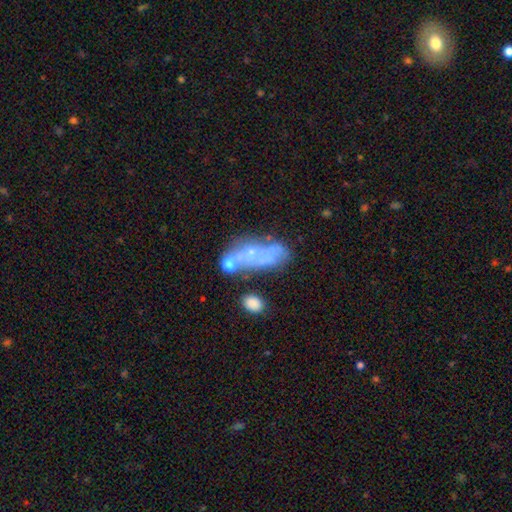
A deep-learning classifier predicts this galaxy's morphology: smooth_or_featured: featured or disk (p=0.52) [alt: smooth p=0.36]
disk_edge_on: no (p=0.88) [alt: yes p=0.12]
merging: none (p=0.34) [alt: merger p=0.29]